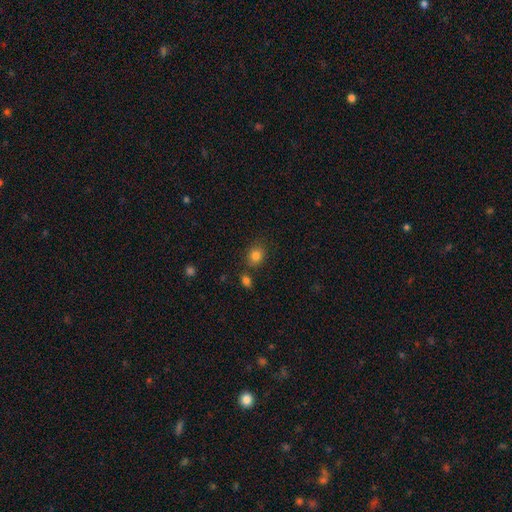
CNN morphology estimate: Smooth or featured: smooth — 83% (star or artifact — 11%)
How rounded: round — 51% (in between — 48%)
Merging: none — 77% (minor disturbance — 13%)